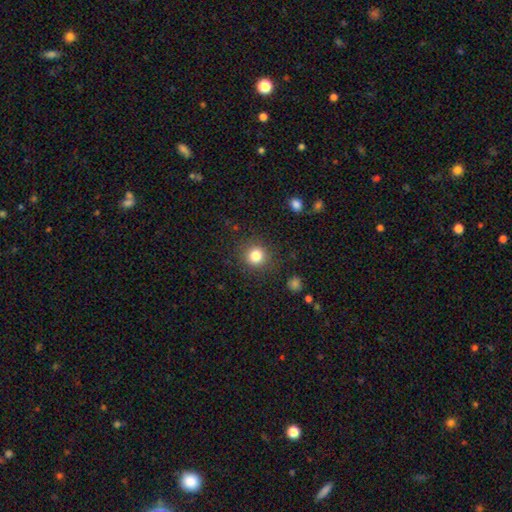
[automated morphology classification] smooth-or-featured: smooth: 83% | star or artifact: 12% | featured or disk: 6%
  how-rounded: round: 91% | in between: 8% | cigar-shaped: 1%
  merging: none: 88% | minor disturbance: 8% | major disturbance: 3% | merger: 1%